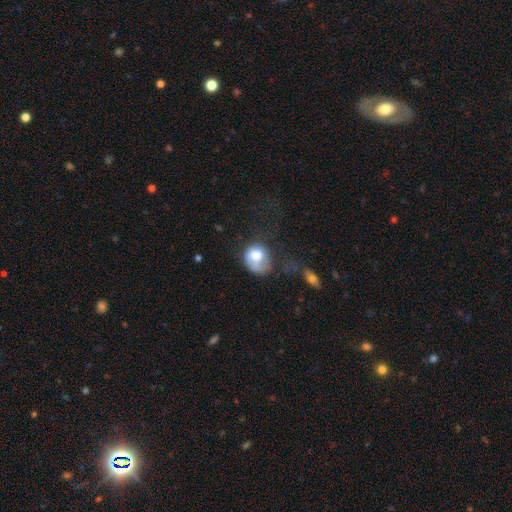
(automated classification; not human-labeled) smooth_or_featured: smooth (p=0.66) [alt: featured or disk p=0.25]
how_rounded: round (p=0.60) [alt: in between p=0.39]
merging: major disturbance (p=0.41) [alt: none p=0.26]